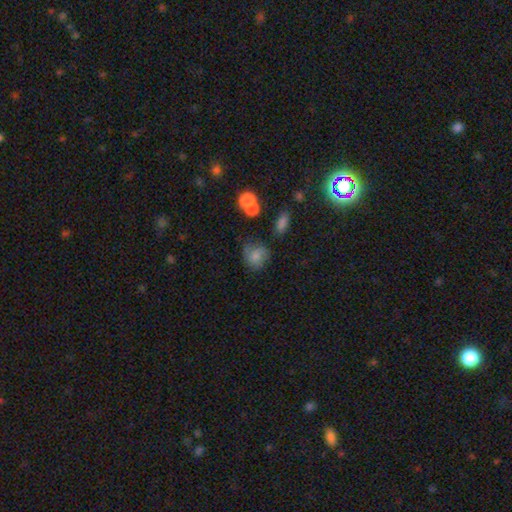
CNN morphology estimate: Smooth or featured? Predicted: smooth (p=0.69). How rounded? Predicted: round (p=0.70). Merging? Predicted: none (p=0.56).